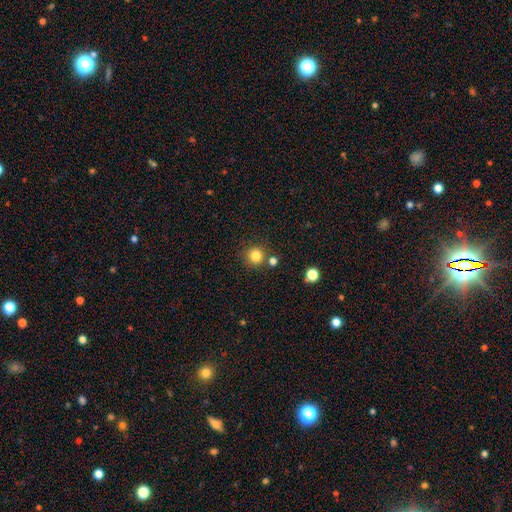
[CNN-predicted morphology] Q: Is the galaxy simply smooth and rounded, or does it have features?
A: smooth — 83%.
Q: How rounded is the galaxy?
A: round — 94%.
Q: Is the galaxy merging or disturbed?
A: none — 82%.